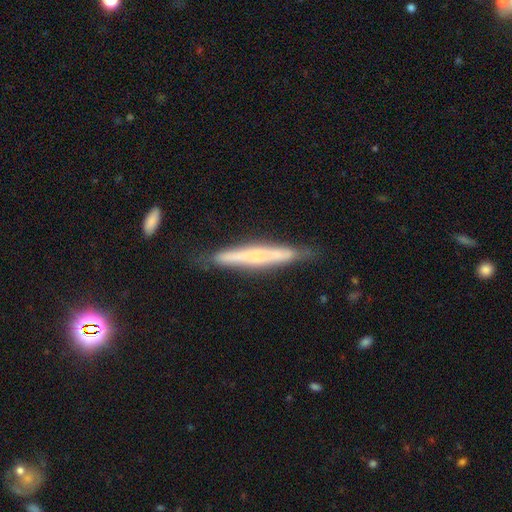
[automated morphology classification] Overall: featured or disk (55%; smooth 38%). Edge-on disk: yes (91%). Edge-on bulge: none (54%; rounded 34%). Merging: none (76%).